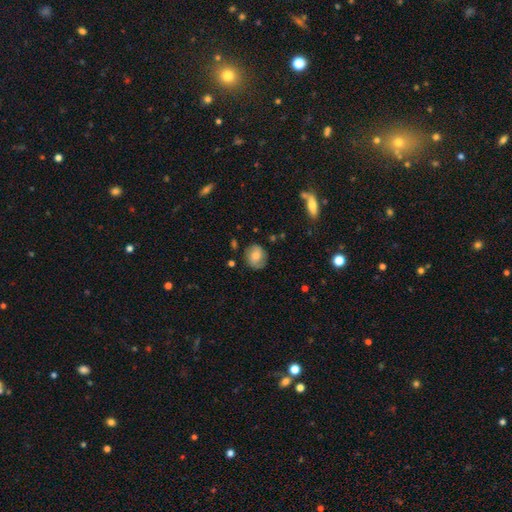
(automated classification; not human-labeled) A smooth galaxy with no disk features (65%) that is round (74%).

Vote fractions:
- Smooth or featured? smooth: 65% / featured or disk: 26% / star or artifact: 9%
- How rounded? round: 74% / in between: 25% / cigar-shaped: 1%
- Merging? none: 77% / minor disturbance: 16% / major disturbance: 4% / merger: 2%